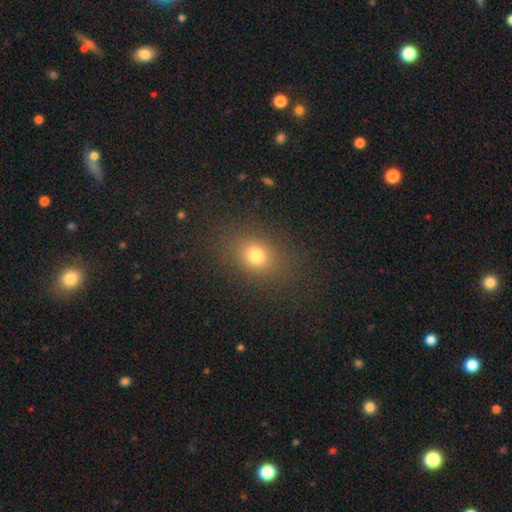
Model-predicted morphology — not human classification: Smooth or featured?
  - smooth: 75% *
  - star or artifact: 17%
  - featured or disk: 9%
How rounded?
  - in between: 50% *
  - round: 49%
  - cigar-shaped: 2%
Merging?
  - none: 84% *
  - minor disturbance: 10%
  - major disturbance: 5%
  - merger: 1%